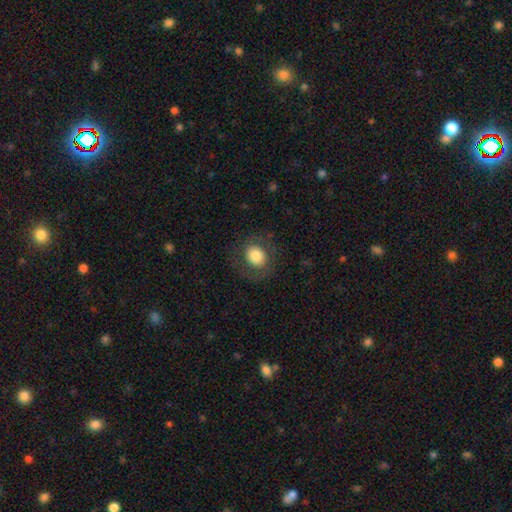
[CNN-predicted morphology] A smooth galaxy with no disk features (76%) that is round (71%). Merging: none (81%).